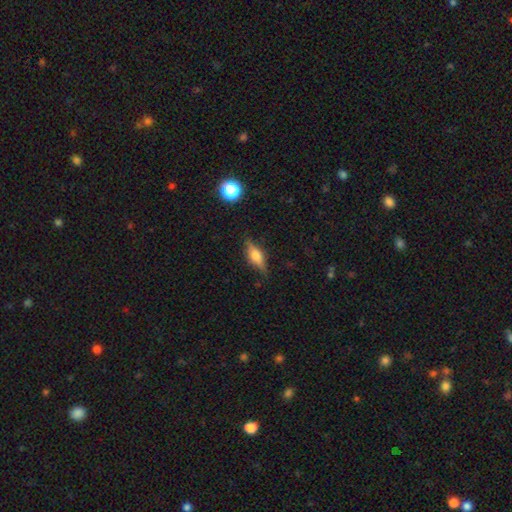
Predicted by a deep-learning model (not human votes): Smooth or featured? Predicted: featured or disk (p=0.51). Edge-on disk? Predicted: yes (p=0.93). Merging? Predicted: none (p=0.82).